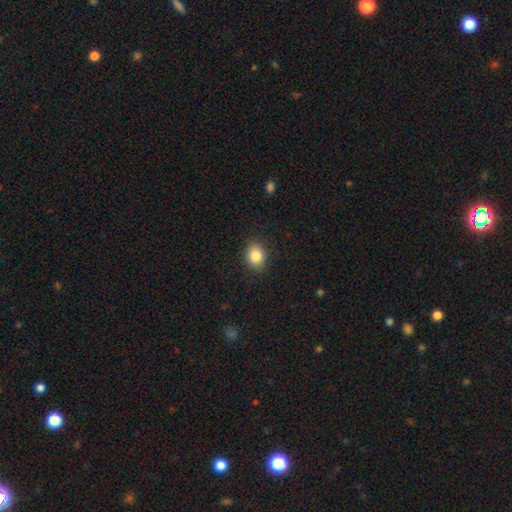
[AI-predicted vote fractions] Overall: smooth (85%). How rounded: round (50%; in between 49%). Merging: none (88%).